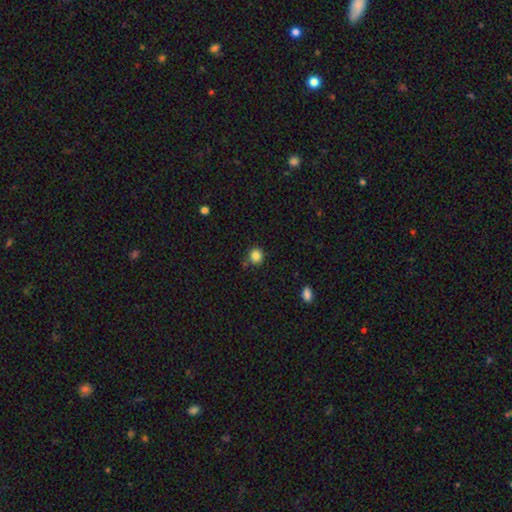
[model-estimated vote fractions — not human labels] Morphology: type=smooth (85%); roundness=round (90%); merging=none (81%).